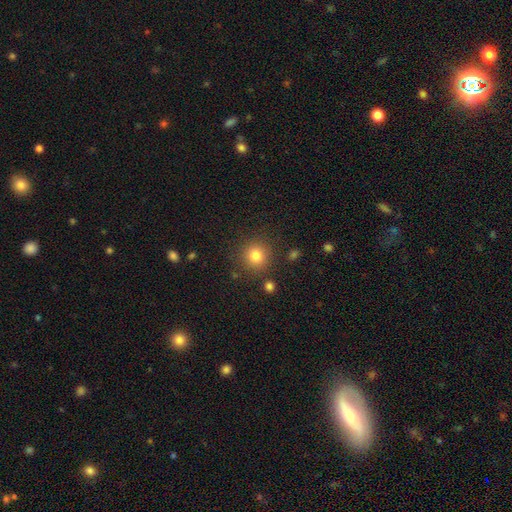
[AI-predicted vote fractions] The model was most divided on "smooth or featured": smooth: 81%, star or artifact: 13%, featured or disk: 7%. More confident: how rounded — round (92%); merging — none (86%).